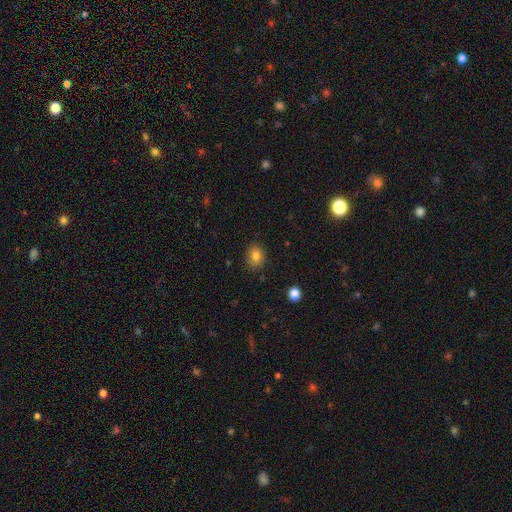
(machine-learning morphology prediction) smooth_or_featured: smooth (p=0.84) [alt: star or artifact p=0.10]
how_rounded: in between (p=0.51) [alt: round p=0.49]
merging: none (p=0.85) [alt: minor disturbance p=0.11]